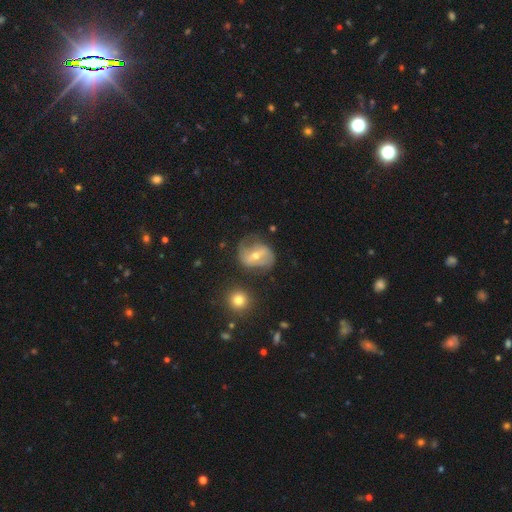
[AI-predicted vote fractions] A featured or disk galaxy (69%) with a strong bar (42%), spiral arms (74%) and a moderate central bulge (56%).

Vote fractions:
- Smooth or featured? featured or disk: 69% / smooth: 23% / star or artifact: 8%
- Edge-on disk? no: 95% / yes: 5%
- Bar? strong: 42% / weak: 37% / no: 20%
- Spiral arms? yes: 74% / no: 26%
- Bulge size? moderate: 56% / small: 40% / large: 2% / none: 1% / dominant: 1%
- Merging? none: 59% / minor disturbance: 23% / major disturbance: 14% / merger: 3%